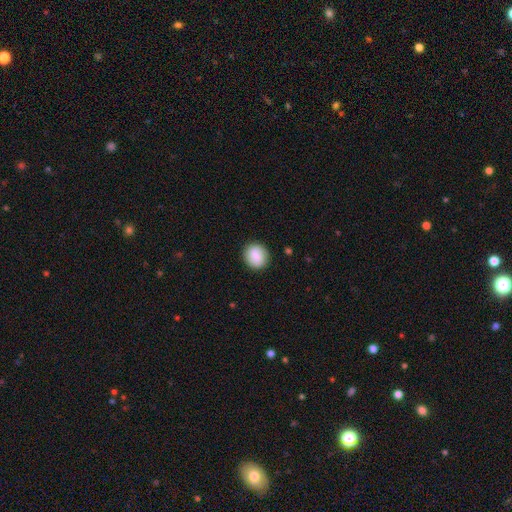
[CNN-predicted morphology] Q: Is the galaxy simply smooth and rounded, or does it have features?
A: smooth — 87%.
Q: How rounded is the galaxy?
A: round — 81%.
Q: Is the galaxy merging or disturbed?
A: none — 89%.